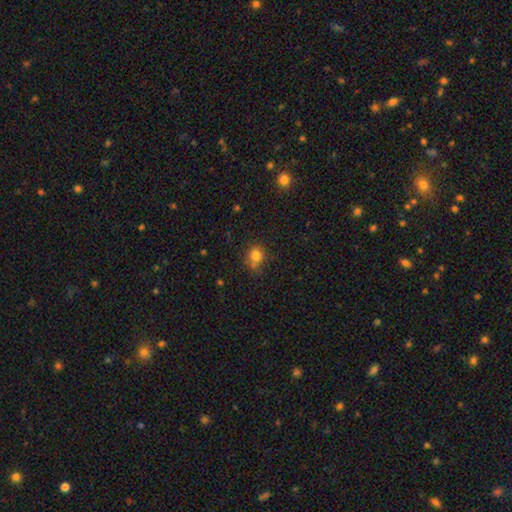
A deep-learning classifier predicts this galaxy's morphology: Smooth or featured? Predicted: smooth (p=0.79). How rounded? Predicted: round (p=0.73). Merging? Predicted: none (p=0.61).